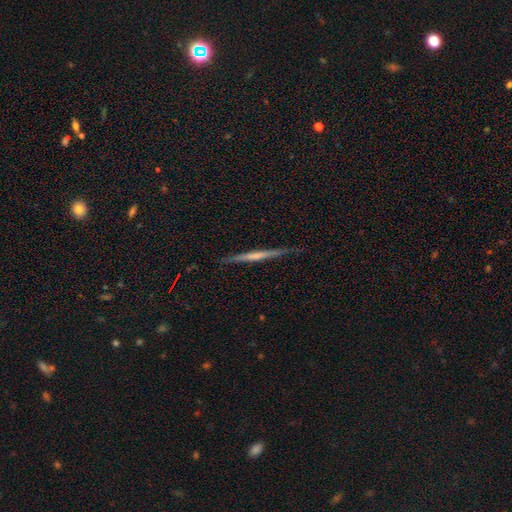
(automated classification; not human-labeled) smooth_or_featured: featured or disk (p=0.56) [alt: smooth p=0.38]
disk_edge_on: yes (p=0.97) [alt: no p=0.03]
edge_on_bulge: none (p=0.72) [alt: rounded p=0.17]
merging: none (p=0.87) [alt: minor disturbance p=0.10]